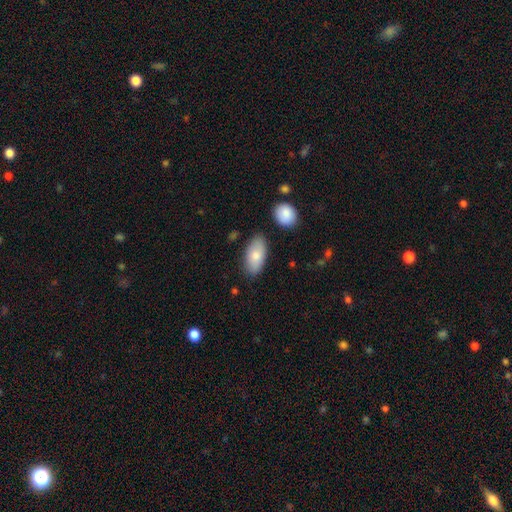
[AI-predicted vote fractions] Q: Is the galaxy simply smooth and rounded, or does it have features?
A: smooth — 79%.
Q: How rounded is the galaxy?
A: in between — 93%.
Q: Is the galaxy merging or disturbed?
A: none — 80%.